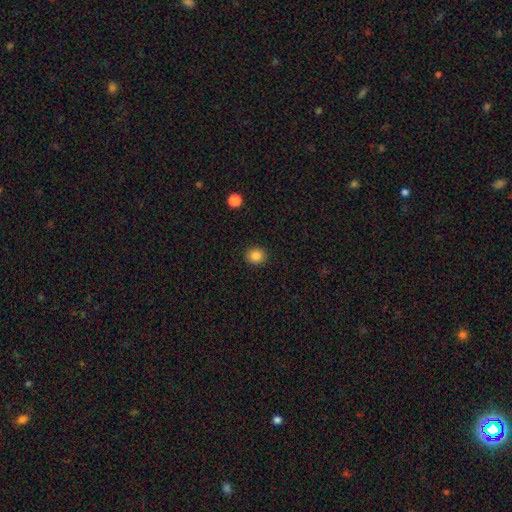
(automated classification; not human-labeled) Smooth or featured?
  - smooth: 85% *
  - star or artifact: 10%
  - featured or disk: 5%
How rounded?
  - round: 79% *
  - in between: 20%
  - cigar-shaped: 1%
Merging?
  - none: 91% *
  - minor disturbance: 6%
  - major disturbance: 2%
  - merger: 1%